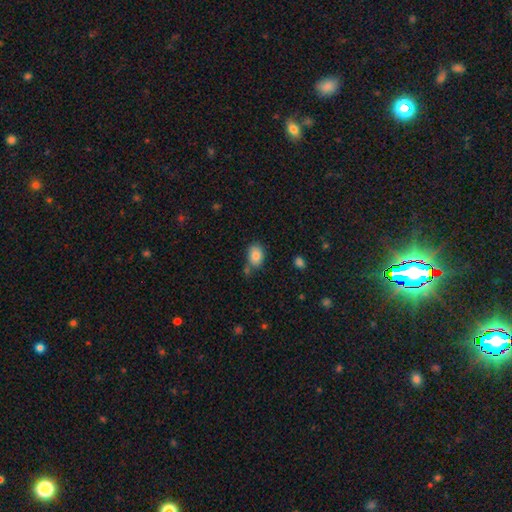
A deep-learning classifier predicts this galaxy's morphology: Smooth or featured: smooth — 85% (star or artifact — 8%)
How rounded: in between — 81% (round — 18%)
Merging: none — 65% (minor disturbance — 19%)